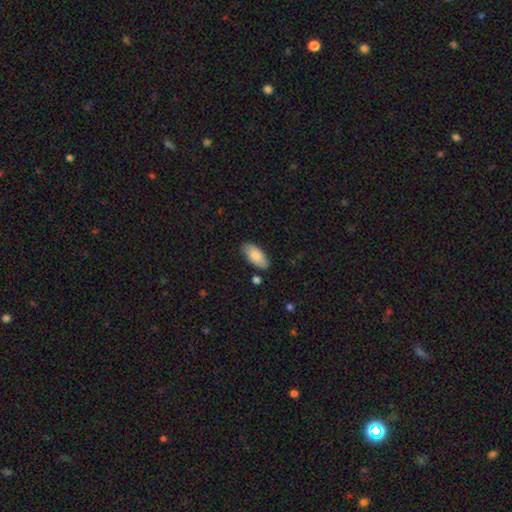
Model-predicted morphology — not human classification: This is clearly a smooth galaxy (83%). How rounded: clearly in between (91%). Merging: clearly none (83%).